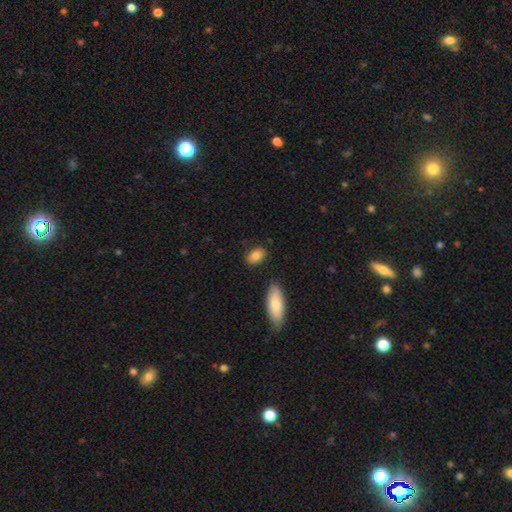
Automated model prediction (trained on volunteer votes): A smooth galaxy with no disk features (85%) that is in between round and cigar-shaped (87%). Merging: none (82%).